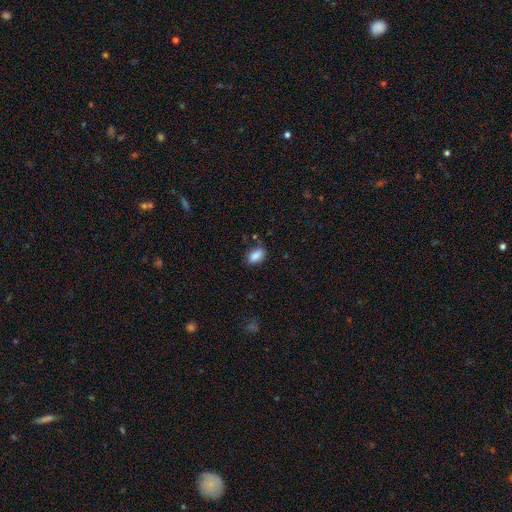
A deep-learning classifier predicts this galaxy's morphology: Smooth or featured: smooth — 87% (star or artifact — 8%)
How rounded: in between — 89% (round — 8%)
Merging: none — 70% (minor disturbance — 21%)